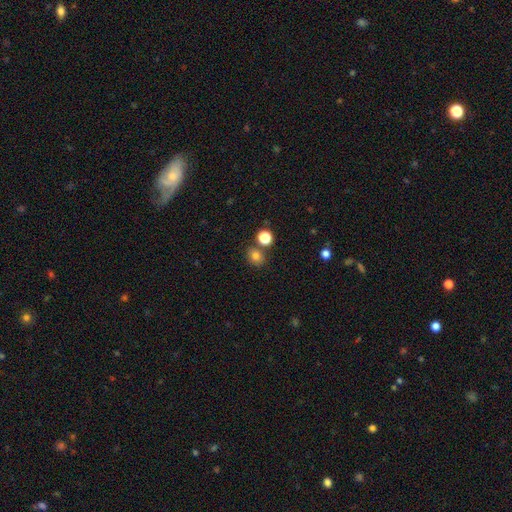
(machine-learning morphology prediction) smooth-or-featured: smooth: 80% | star or artifact: 14% | featured or disk: 6%
  how-rounded: round: 69% | in between: 30% | cigar-shaped: 1%
  merging: none: 73% | merger: 15% | minor disturbance: 9% | major disturbance: 3%